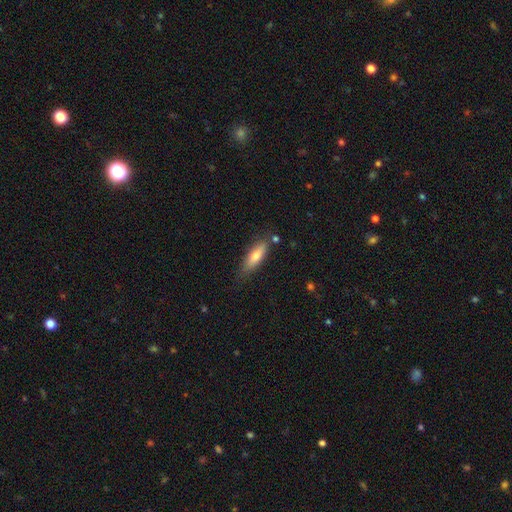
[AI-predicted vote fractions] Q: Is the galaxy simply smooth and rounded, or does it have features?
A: smooth — 71%.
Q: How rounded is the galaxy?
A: cigar-shaped — 56%.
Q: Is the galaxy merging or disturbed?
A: none — 75%.